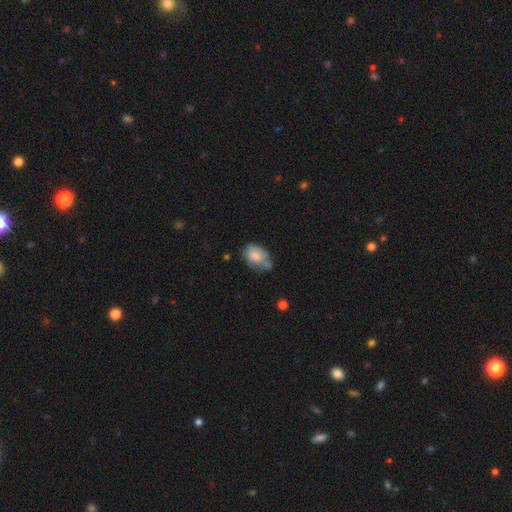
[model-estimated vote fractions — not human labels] smooth-or-featured: smooth: 73% | featured or disk: 20% | star or artifact: 8%
  how-rounded: in between: 81% | round: 18% | cigar-shaped: 1%
  merging: none: 43% | minor disturbance: 35% | major disturbance: 12% | merger: 10%